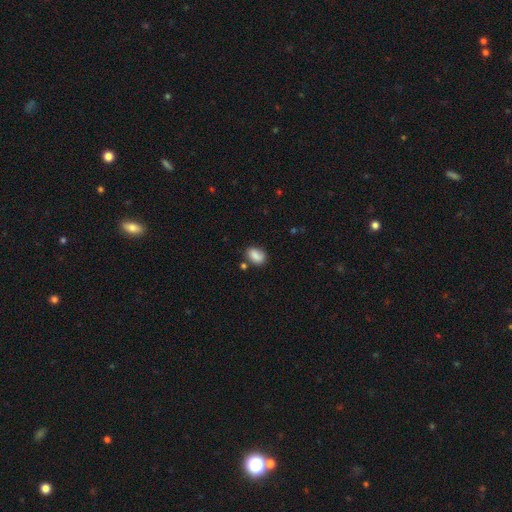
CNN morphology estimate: smooth-or-featured: smooth: 84% | star or artifact: 8% | featured or disk: 8%
  how-rounded: in between: 78% | round: 20% | cigar-shaped: 2%
  merging: none: 70% | minor disturbance: 18% | merger: 7% | major disturbance: 4%